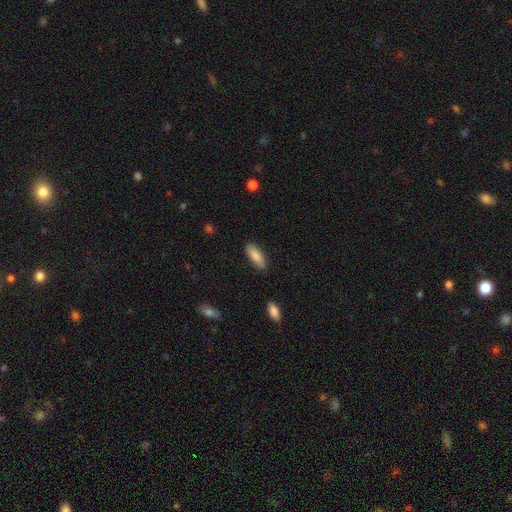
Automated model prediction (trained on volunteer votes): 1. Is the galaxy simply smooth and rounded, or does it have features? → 87% smooth, 7% featured or disk, 6% star or artifact.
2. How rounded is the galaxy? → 62% in between, 37% cigar-shaped, 2% round.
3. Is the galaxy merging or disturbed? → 84% none, 12% minor disturbance, 2% major disturbance, 2% merger.